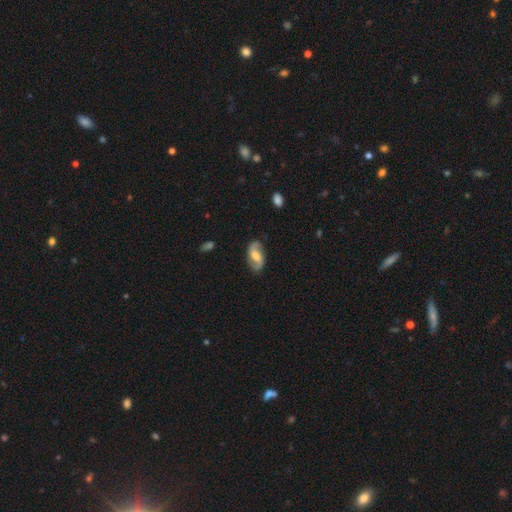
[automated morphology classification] smooth-or-featured: featured or disk: 75% | smooth: 19% | star or artifact: 6%
  disk-edge-on: no: 96% | yes: 4%
    bar: weak: 48% | no: 32% | strong: 20%
    has-spiral-arms: yes: 93% | no: 7%
      spiral-winding: loose: 52% | medium: 36% | tight: 13%
      spiral-arm-count: 2: 92% | can't tell: 3% | 1: 2% | 3: 1% | 4: 1% | more than 4: 1%
    bulge-size: moderate: 53% | small: 23% | large: 15% | none: 8% | dominant: 2%
  merging: none: 82% | minor disturbance: 13% | major disturbance: 4% | merger: 1%